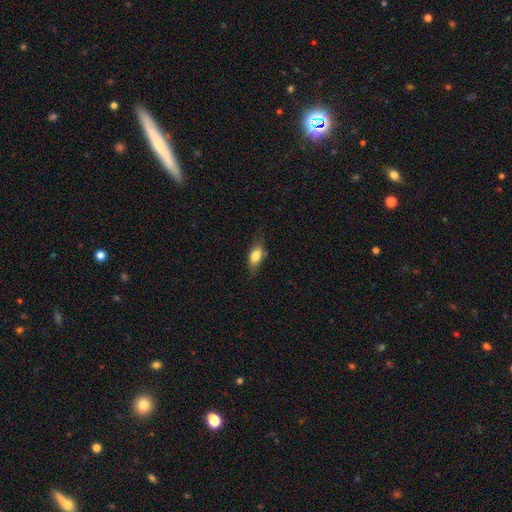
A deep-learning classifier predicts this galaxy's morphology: type=smooth (78%); roundness=in between (84%); merging=none (71%).